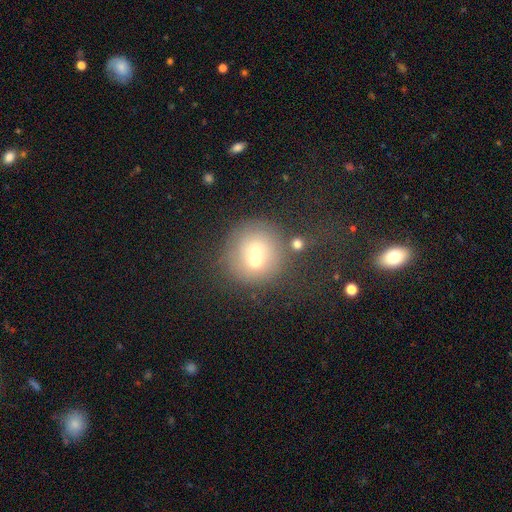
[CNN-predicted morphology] Smooth or featured: smooth — 58% (featured or disk — 28%)
How rounded: round — 92% (in between — 7%)
Merging: none — 44% (merger — 40%)